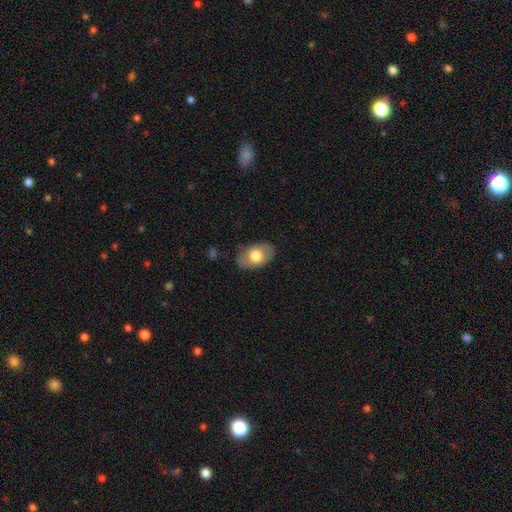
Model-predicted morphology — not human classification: type=smooth (71%); roundness=in between (89%); merging=none (80%).